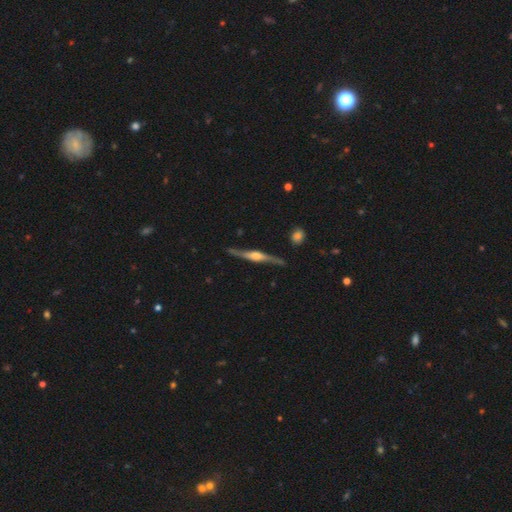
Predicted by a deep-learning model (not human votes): featured or disk 81%, smooth 14%, star or artifact 5%. Down the decision tree: edge-on disk — yes (95%); edge-on bulge — rounded (81%); merging — none (82%).